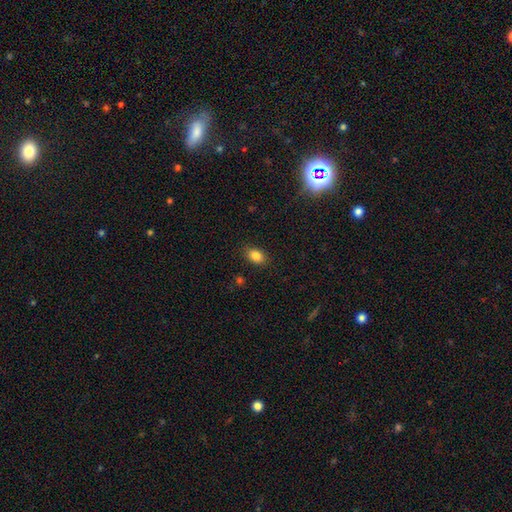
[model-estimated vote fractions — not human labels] Q: Smooth or featured?
A: smooth (84%); runner-up: star or artifact (10%)
Q: How rounded?
A: in between (82%); runner-up: round (17%)
Q: Merging?
A: none (87%); runner-up: minor disturbance (9%)